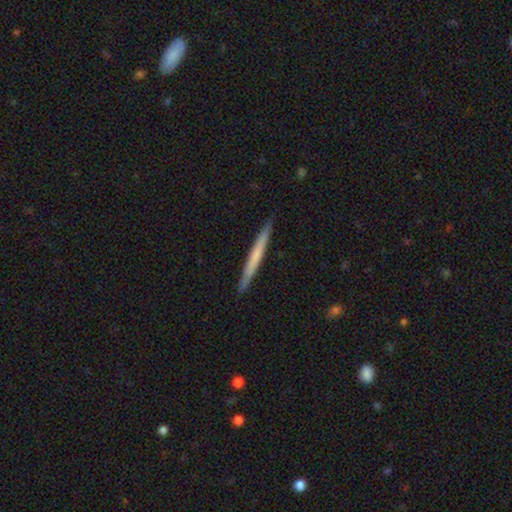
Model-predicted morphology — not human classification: Smooth or featured? Predicted: smooth (p=0.54). How rounded? Predicted: cigar-shaped (p=0.97). Merging? Predicted: none (p=0.91).